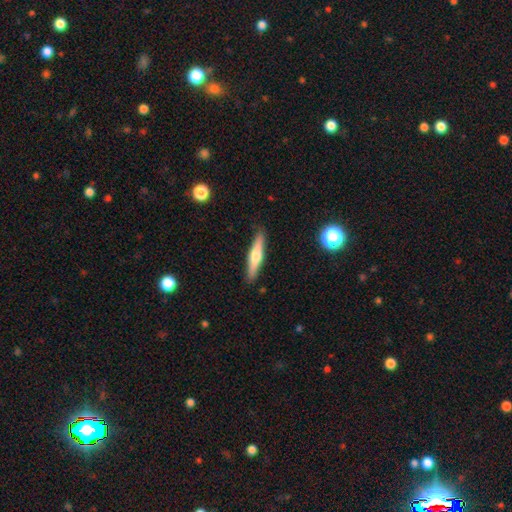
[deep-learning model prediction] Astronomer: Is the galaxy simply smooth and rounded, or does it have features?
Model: featured or disk — 50% (runner-up: smooth, 44%).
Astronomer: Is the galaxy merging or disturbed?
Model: none — 89%.